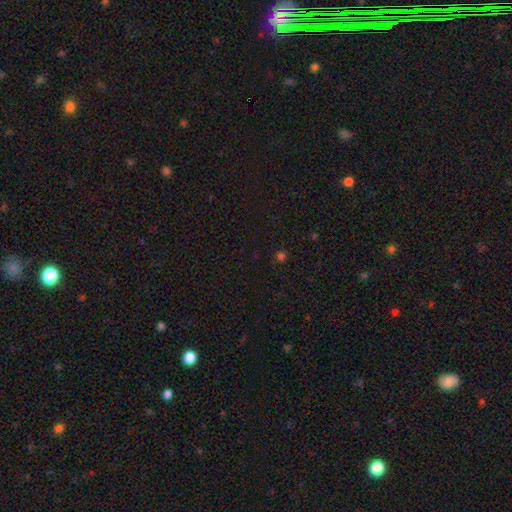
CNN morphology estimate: Overall: star or artifact (54%; smooth 40%).